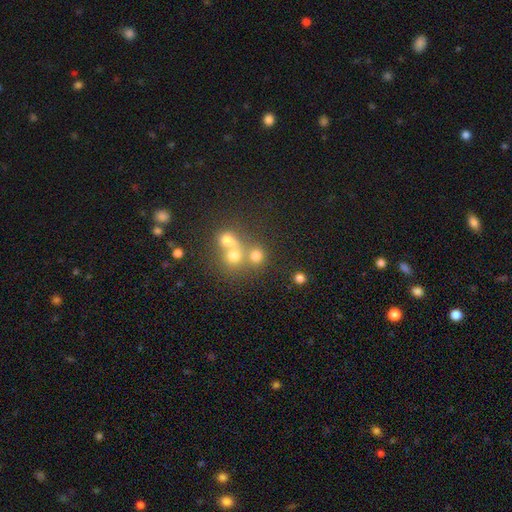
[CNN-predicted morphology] Q: Smooth or featured?
A: smooth (71%); runner-up: star or artifact (18%)
Q: How rounded?
A: round (84%); runner-up: in between (15%)
Q: Merging?
A: none (52%); runner-up: merger (36%)